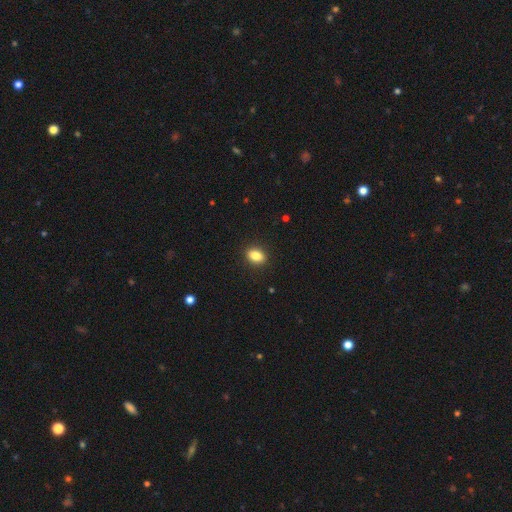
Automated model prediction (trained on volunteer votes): smooth_or_featured: smooth (p=0.86) [alt: star or artifact p=0.09]
how_rounded: in between (p=0.80) [alt: round p=0.17]
merging: none (p=0.89) [alt: minor disturbance p=0.07]